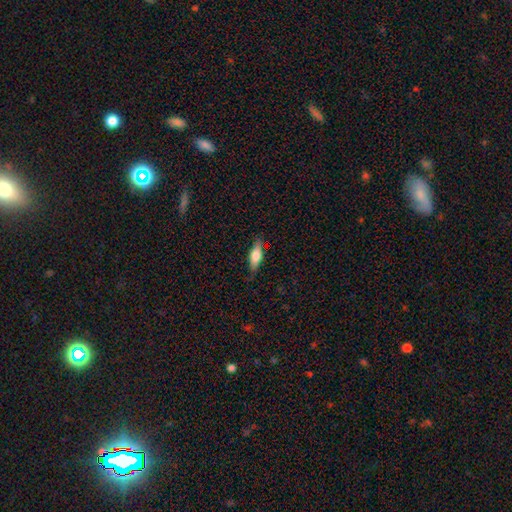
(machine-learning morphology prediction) smooth 66%, featured or disk 27%, star or artifact 7%. Down the decision tree: how rounded — in between (63%); merging — none (77%).